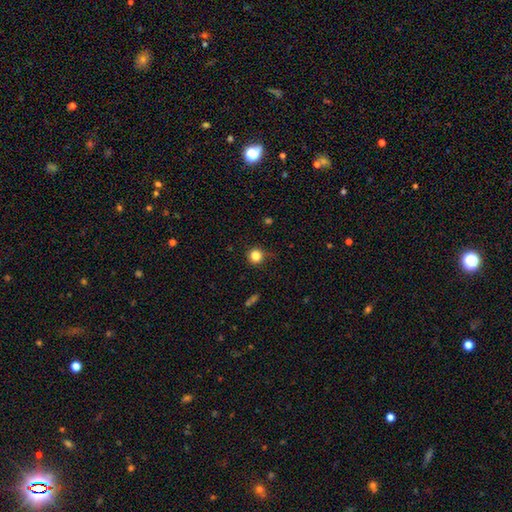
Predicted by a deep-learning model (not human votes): Smooth or featured: smooth — 83% (star or artifact — 12%)
How rounded: round — 93% (in between — 6%)
Merging: none — 78% (minor disturbance — 16%)